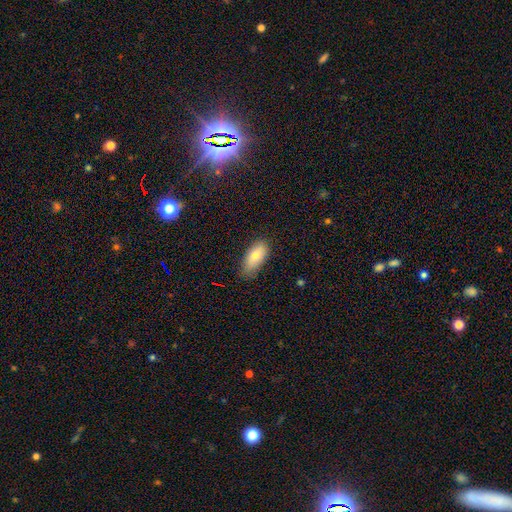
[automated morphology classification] This appears to be a smooth galaxy with no disk features (76%) that is in between round and cigar-shaped (90%). Merging: none (73%).